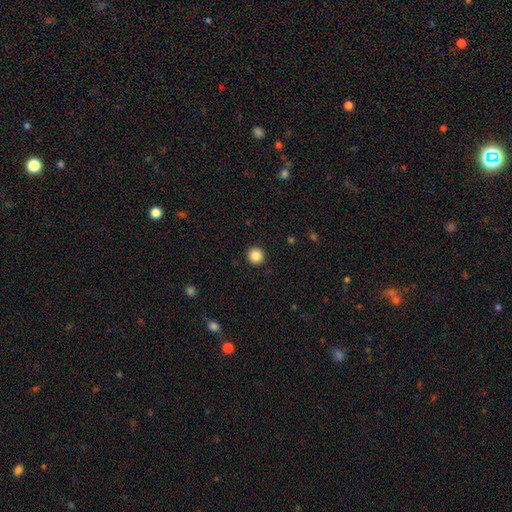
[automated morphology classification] Smooth or featured? Predicted: smooth (p=0.85). How rounded? Predicted: round (p=0.96). Merging? Predicted: none (p=0.93).